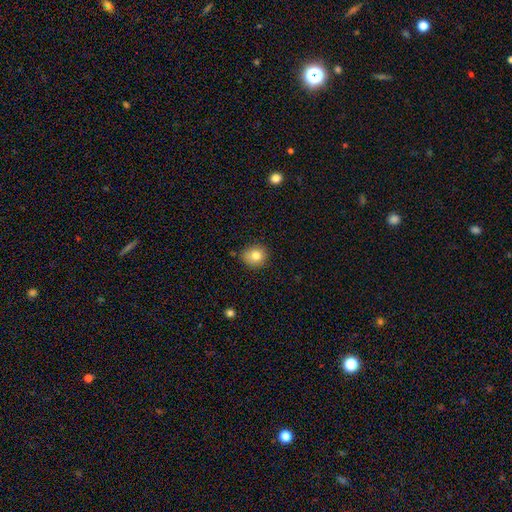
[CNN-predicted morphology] Smooth or featured?
  - smooth: 81% *
  - star or artifact: 11%
  - featured or disk: 9%
How rounded?
  - round: 81% *
  - in between: 18%
  - cigar-shaped: 1%
Merging?
  - none: 83% *
  - minor disturbance: 12%
  - major disturbance: 3%
  - merger: 2%